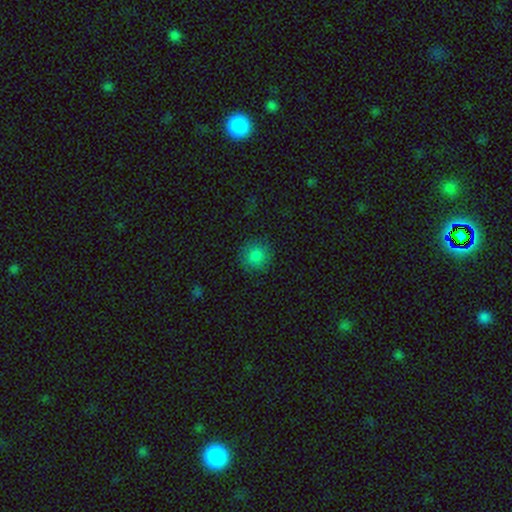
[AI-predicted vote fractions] A smooth galaxy with no disk features (85%) that is round (92%). Merging: none (87%).